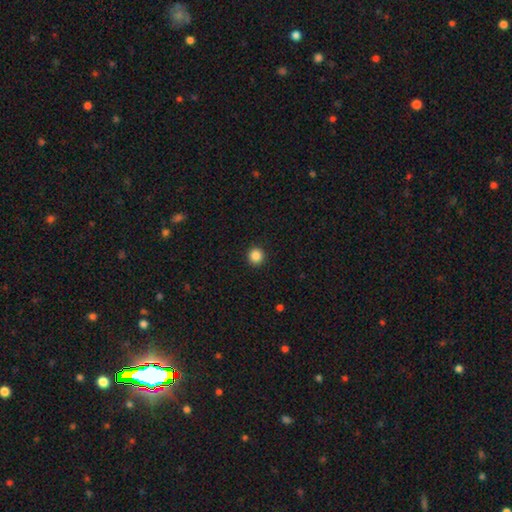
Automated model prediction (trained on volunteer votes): smooth_or_featured: smooth (p=0.86) [alt: star or artifact p=0.11]
how_rounded: round (p=0.94) [alt: in between p=0.05]
merging: none (p=0.93) [alt: minor disturbance p=0.04]